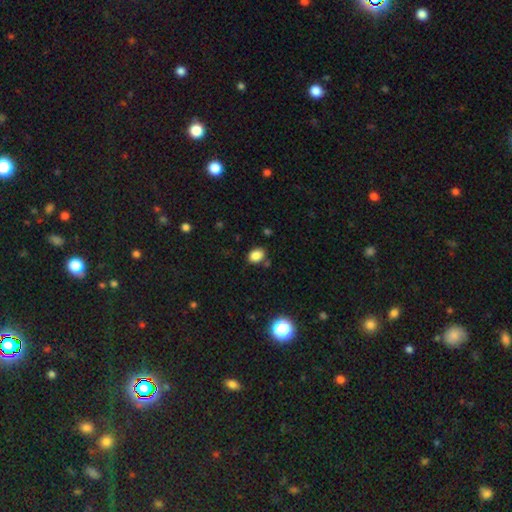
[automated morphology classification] smooth-or-featured: smooth: 84% | star or artifact: 11% | featured or disk: 5%
  how-rounded: in between: 66% | round: 33% | cigar-shaped: 1%
  merging: none: 79% | minor disturbance: 13% | merger: 5% | major disturbance: 3%